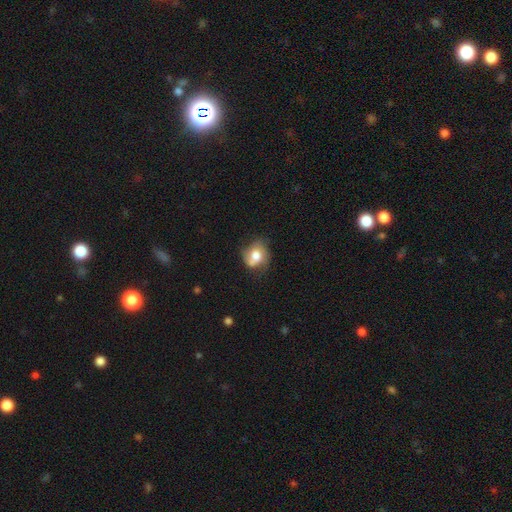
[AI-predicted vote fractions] Q: Smooth or featured?
A: smooth (64%); runner-up: featured or disk (27%)
Q: How rounded?
A: round (53%); runner-up: in between (46%)
Q: Merging?
A: none (47%); runner-up: minor disturbance (32%)